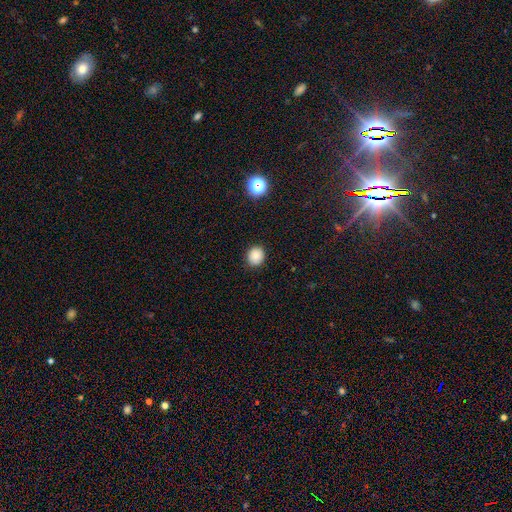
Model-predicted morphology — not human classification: Q: Smooth or featured?
A: smooth (83%); runner-up: star or artifact (11%)
Q: How rounded?
A: round (80%); runner-up: in between (19%)
Q: Merging?
A: none (89%); runner-up: minor disturbance (8%)